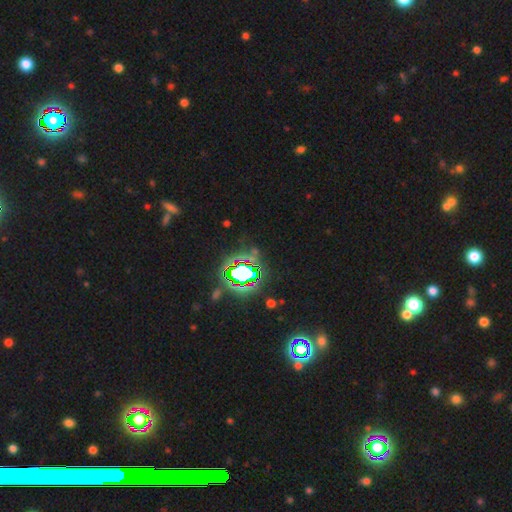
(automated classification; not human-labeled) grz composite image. It shows a star or artifact, not a galaxy (80%).